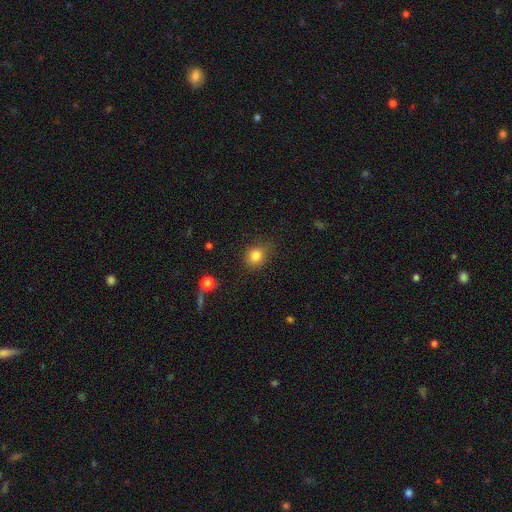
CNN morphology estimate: The model was most divided on "how rounded": round: 71%, in between: 28%, cigar-shaped: 1%. More confident: smooth or featured — smooth (83%); merging — none (79%).